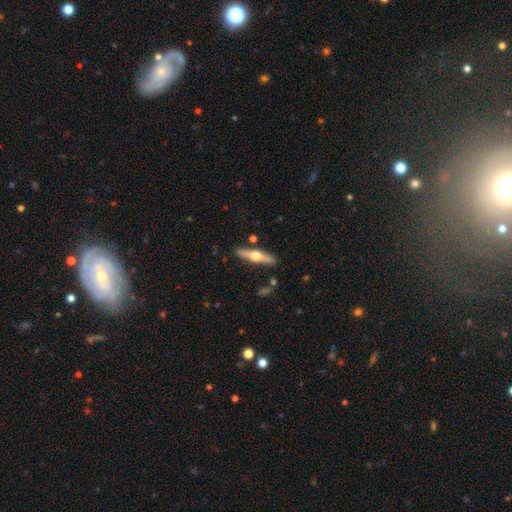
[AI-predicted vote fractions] Smooth or featured? featured or disk (62%)
Edge-on disk? yes (95%)
Edge-on bulge? rounded (95%)
Merging? none (87%)